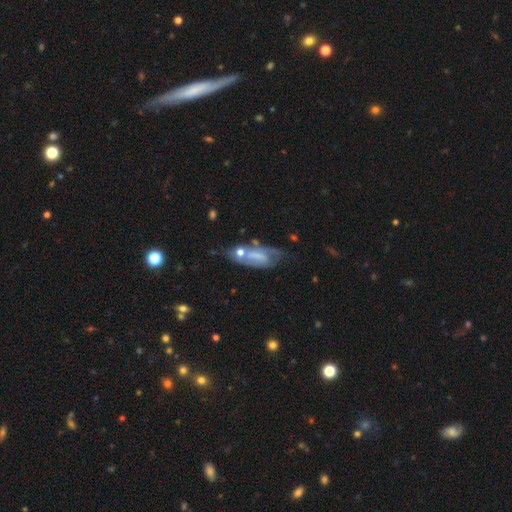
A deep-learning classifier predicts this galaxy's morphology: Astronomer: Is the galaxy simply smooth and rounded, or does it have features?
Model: featured or disk — 57% (runner-up: smooth, 34%).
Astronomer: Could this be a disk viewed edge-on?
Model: no — 86%.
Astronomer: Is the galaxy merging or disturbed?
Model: none — 38% (runner-up: minor disturbance, 27%).